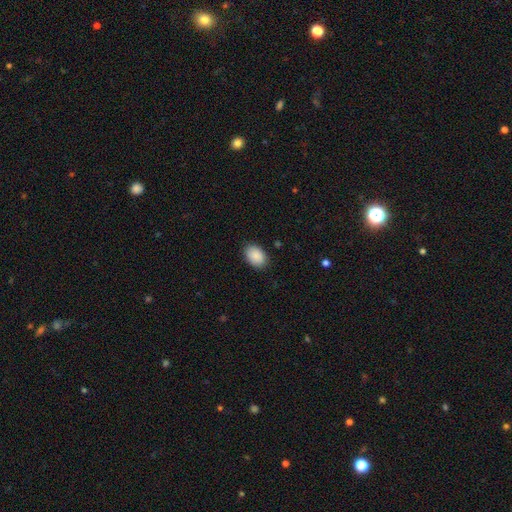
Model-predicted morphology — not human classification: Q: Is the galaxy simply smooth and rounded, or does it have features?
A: smooth — 90%.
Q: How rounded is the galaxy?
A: in between — 85%.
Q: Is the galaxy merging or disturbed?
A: none — 87%.